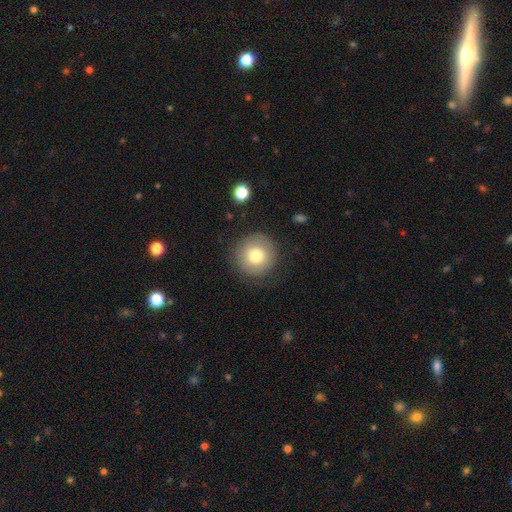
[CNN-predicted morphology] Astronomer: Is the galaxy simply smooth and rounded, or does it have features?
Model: smooth — 75%.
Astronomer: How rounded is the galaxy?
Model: round — 95%.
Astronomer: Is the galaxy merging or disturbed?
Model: none — 84%.